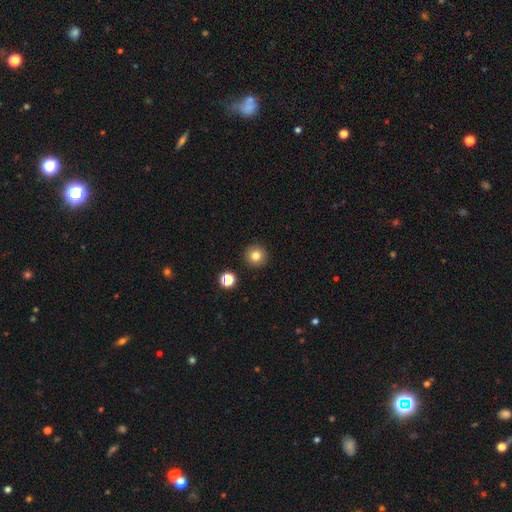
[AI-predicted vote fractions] smooth-or-featured: smooth: 81% | star or artifact: 12% | featured or disk: 7%
  how-rounded: round: 95% | in between: 4% | cigar-shaped: 1%
  merging: none: 92% | minor disturbance: 5% | merger: 2% | major disturbance: 2%